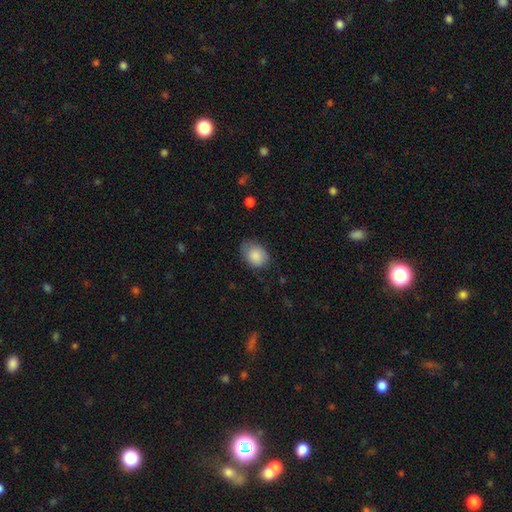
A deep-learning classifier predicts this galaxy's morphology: A smooth galaxy with no disk features (85%) that is in between round and cigar-shaped (71%). Merging: none (64%).